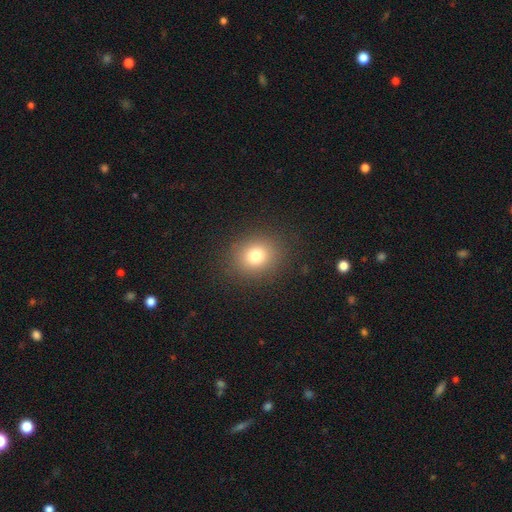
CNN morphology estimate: Smooth or featured?
  - smooth: 78% *
  - star or artifact: 14%
  - featured or disk: 9%
How rounded?
  - round: 73% *
  - in between: 26%
  - cigar-shaped: 1%
Merging?
  - none: 88% *
  - minor disturbance: 8%
  - major disturbance: 4%
  - merger: 1%